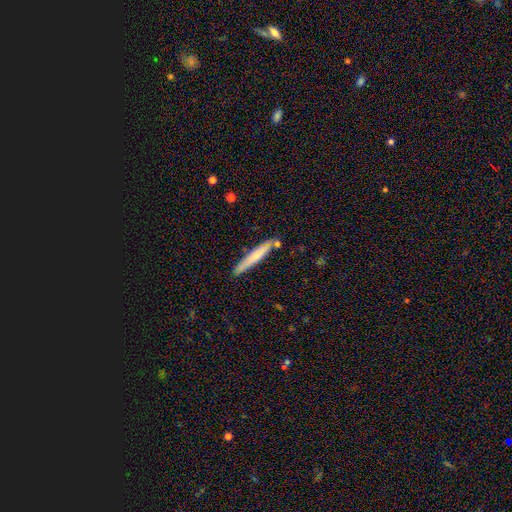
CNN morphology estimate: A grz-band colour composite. It shows a smooth galaxy with no disk features (66%) that is cigar-shaped (95%). Merging: none (82%).